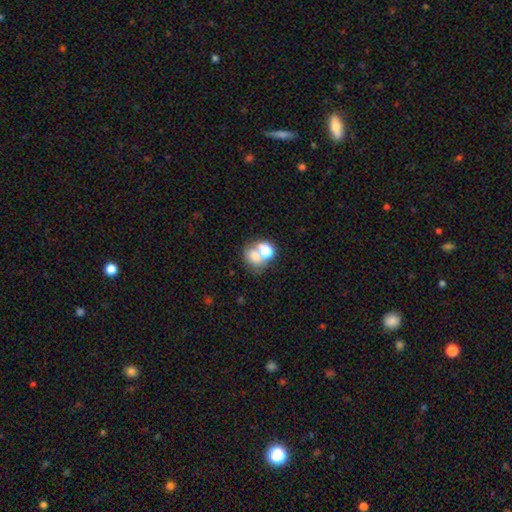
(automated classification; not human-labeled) A smooth galaxy with no disk features (67%) that is round (55%). Merging: merger (50%).